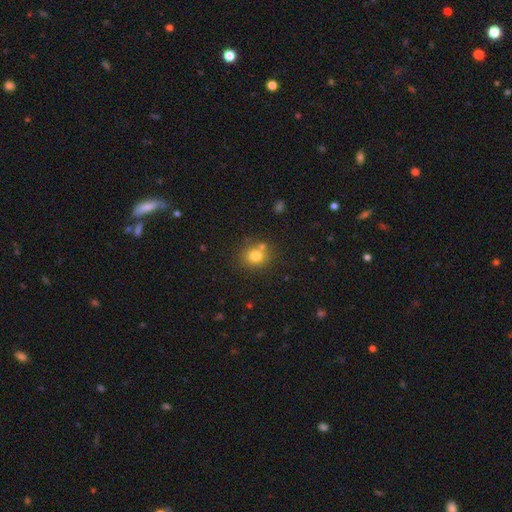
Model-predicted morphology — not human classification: Smooth or featured? Predicted: smooth (p=0.77). How rounded? Predicted: round (p=0.79). Merging? Predicted: none (p=0.69).